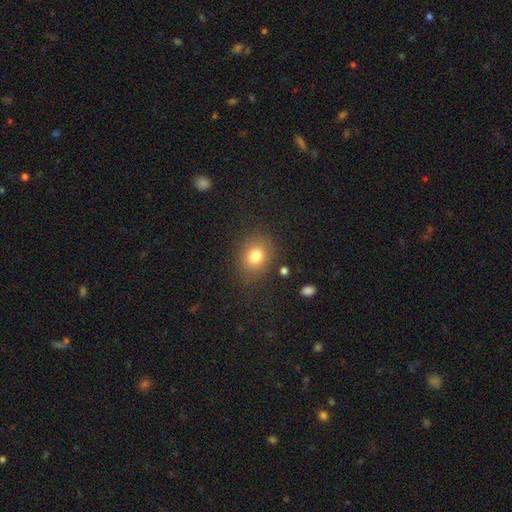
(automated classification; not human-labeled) Smooth or featured?
  - smooth: 79% *
  - star or artifact: 12%
  - featured or disk: 9%
How rounded?
  - round: 63% *
  - in between: 36%
  - cigar-shaped: 1%
Merging?
  - none: 81% *
  - minor disturbance: 12%
  - major disturbance: 5%
  - merger: 2%